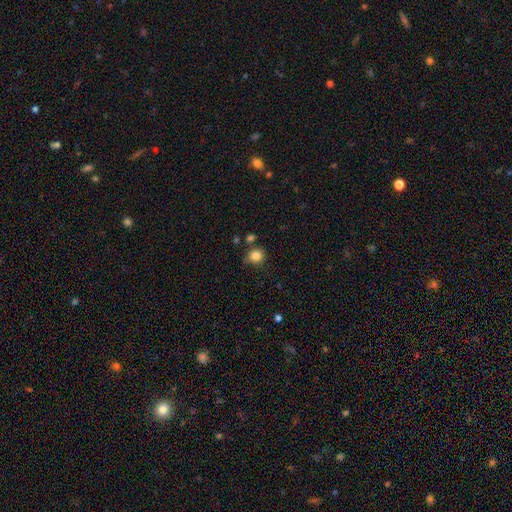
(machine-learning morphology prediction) Overall: smooth (84%). How rounded: round (84%). Merging: none (74%).